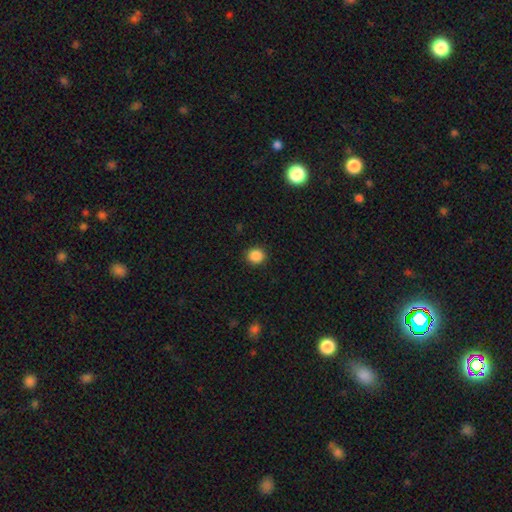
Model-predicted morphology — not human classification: Q: Smooth or featured?
A: smooth (87%); runner-up: star or artifact (10%)
Q: How rounded?
A: round (86%); runner-up: in between (13%)
Q: Merging?
A: none (91%); runner-up: minor disturbance (6%)